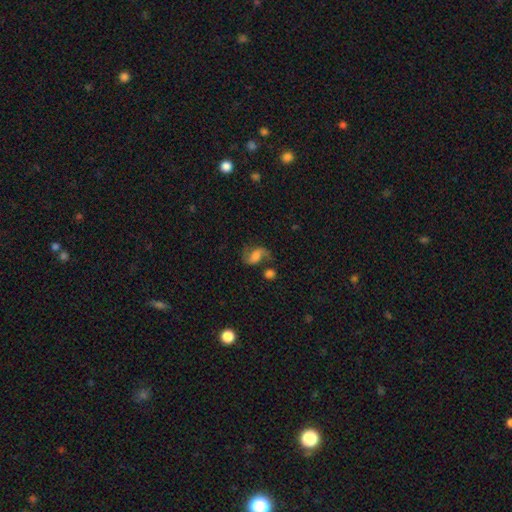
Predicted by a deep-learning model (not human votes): Smooth or featured? Predicted: featured or disk (p=0.52). Edge-on disk? Predicted: no (p=0.97). Bar? Predicted: no (p=0.44). Spiral arms? Predicted: yes (p=0.87). Bulge size? Predicted: large (p=0.29). Merging? Predicted: none (p=0.45).